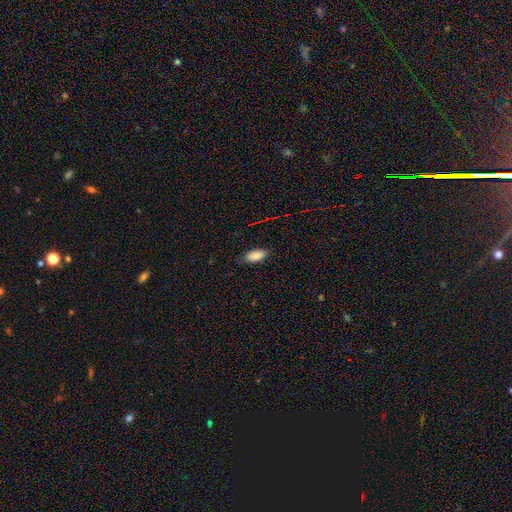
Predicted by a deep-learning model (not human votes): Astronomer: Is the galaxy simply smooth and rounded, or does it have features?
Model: smooth — 85%.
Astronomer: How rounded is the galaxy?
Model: in between — 89%.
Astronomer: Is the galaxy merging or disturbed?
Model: none — 79%.